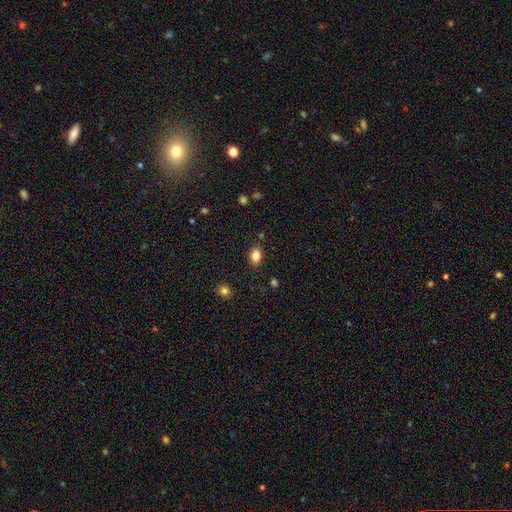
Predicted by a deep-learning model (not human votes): Smooth or featured: smooth — 82% (star or artifact — 10%)
How rounded: in between — 76% (round — 23%)
Merging: none — 85% (minor disturbance — 11%)